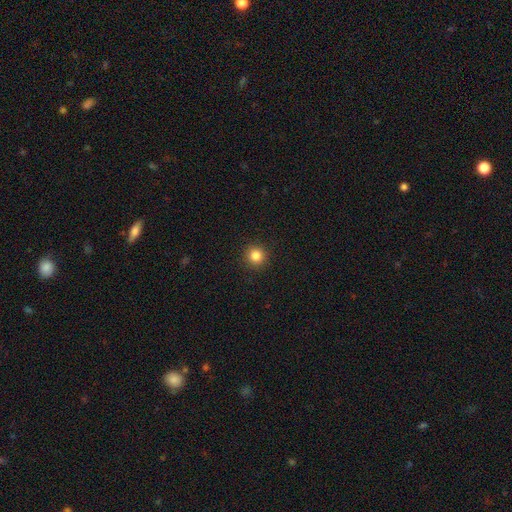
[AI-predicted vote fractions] smooth-or-featured: smooth: 84% | star or artifact: 12% | featured or disk: 4%
  how-rounded: round: 94% | in between: 5% | cigar-shaped: 1%
  merging: none: 92% | minor disturbance: 5% | major disturbance: 2% | merger: 1%